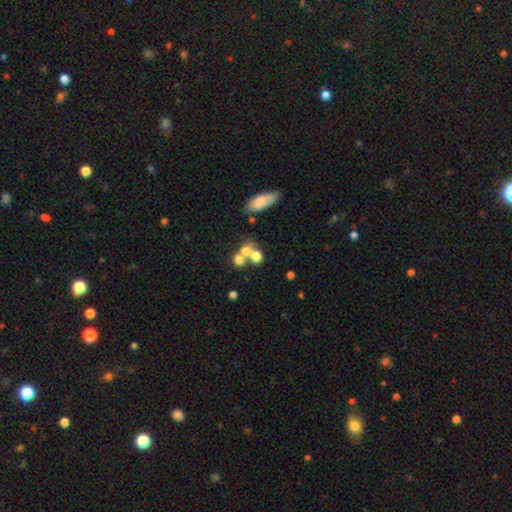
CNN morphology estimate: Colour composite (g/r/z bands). It shows a smooth galaxy with no disk features (62%) that is round (55%). Merging: merger (60%).